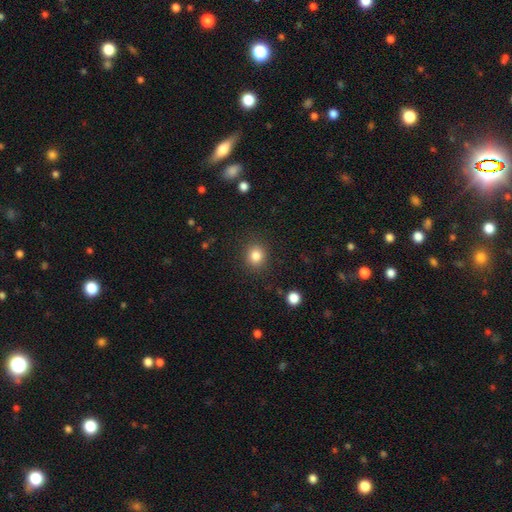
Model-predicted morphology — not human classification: A smooth galaxy with no disk features (82%) that is round (82%).

Vote fractions:
- Smooth or featured? smooth: 82% / star or artifact: 12% / featured or disk: 6%
- How rounded? round: 82% / in between: 17% / cigar-shaped: 1%
- Merging? none: 89% / minor disturbance: 7% / major disturbance: 3% / merger: 1%